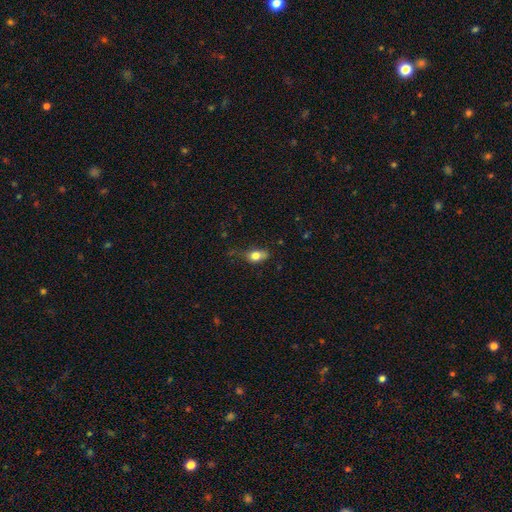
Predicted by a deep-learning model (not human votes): Smooth or featured? Predicted: smooth (p=0.78). How rounded? Predicted: in between (p=0.81). Merging? Predicted: none (p=0.55).